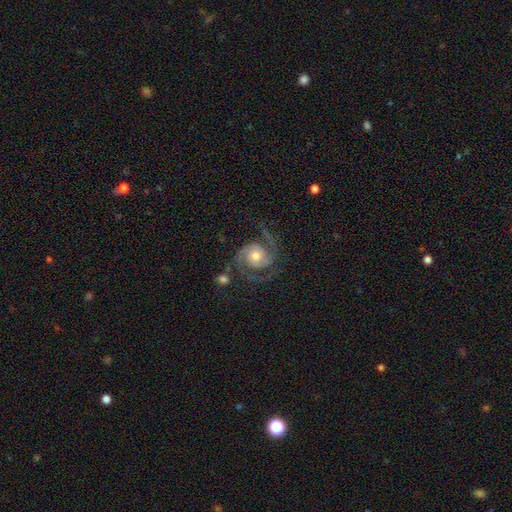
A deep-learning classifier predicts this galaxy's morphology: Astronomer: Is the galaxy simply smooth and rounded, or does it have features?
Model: featured or disk — 91%.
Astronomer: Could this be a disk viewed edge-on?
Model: no — 98%.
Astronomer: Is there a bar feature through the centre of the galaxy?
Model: no — 75%.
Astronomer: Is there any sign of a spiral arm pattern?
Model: yes — 98%.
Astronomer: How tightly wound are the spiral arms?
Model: medium — 53% (runner-up: tight, 33%).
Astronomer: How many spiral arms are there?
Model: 2 — 91%.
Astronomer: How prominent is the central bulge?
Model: moderate — 62%.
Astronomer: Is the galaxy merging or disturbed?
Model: none — 74%.